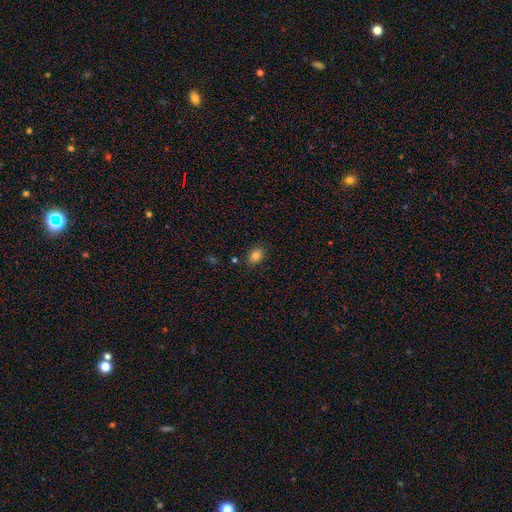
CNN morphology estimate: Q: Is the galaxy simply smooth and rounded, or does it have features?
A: smooth — 81%.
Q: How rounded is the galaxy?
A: in between — 73%.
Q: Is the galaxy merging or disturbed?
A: none — 84%.